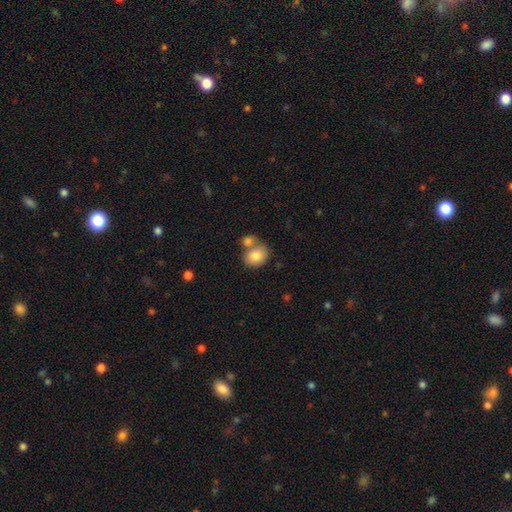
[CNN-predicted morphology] Smooth or featured? Predicted: smooth (p=0.82). How rounded? Predicted: round (p=0.58). Merging? Predicted: none (p=0.44).